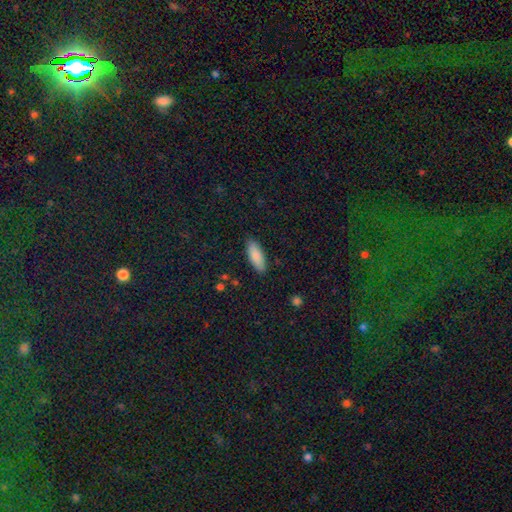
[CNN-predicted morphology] A smooth galaxy with no disk features (86%) that is in between round and cigar-shaped (68%).

Vote fractions:
- Smooth or featured? smooth: 86% / featured or disk: 7% / star or artifact: 6%
- How rounded? in between: 68% / cigar-shaped: 30% / round: 2%
- Merging? none: 88% / minor disturbance: 9% / major disturbance: 2% / merger: 1%